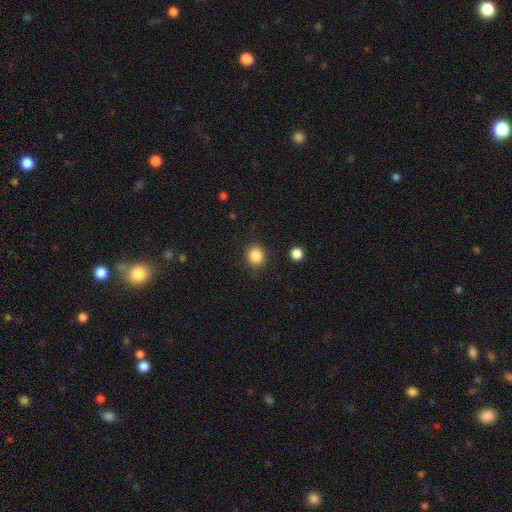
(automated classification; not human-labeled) smooth 86%, star or artifact 10%, featured or disk 4%. Down the decision tree: how rounded — round (80%); merging — none (87%).